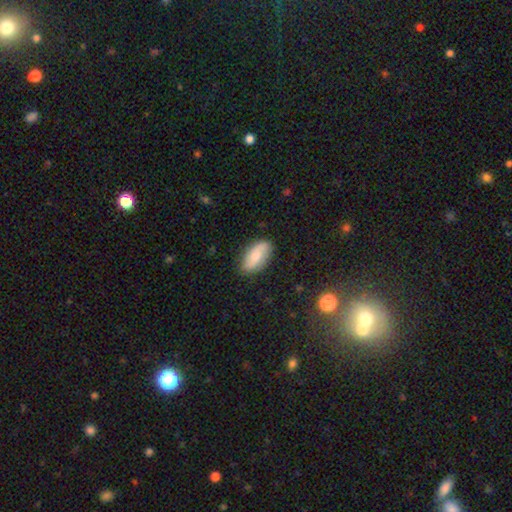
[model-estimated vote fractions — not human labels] Smooth or featured: smooth — 55% (featured or disk — 38%)
How rounded: in between — 90% (cigar-shaped — 6%)
Merging: none — 82% (minor disturbance — 14%)